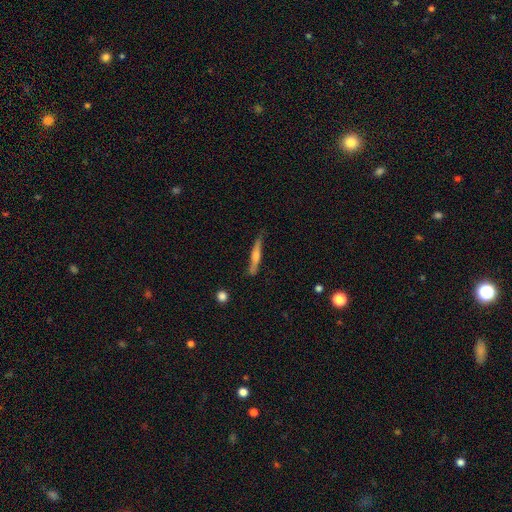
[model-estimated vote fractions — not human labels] Smooth or featured? Predicted: featured or disk (p=0.63). Edge-on disk? Predicted: yes (p=0.92). Edge-on bulge? Predicted: rounded (p=0.73). Merging? Predicted: none (p=0.79).